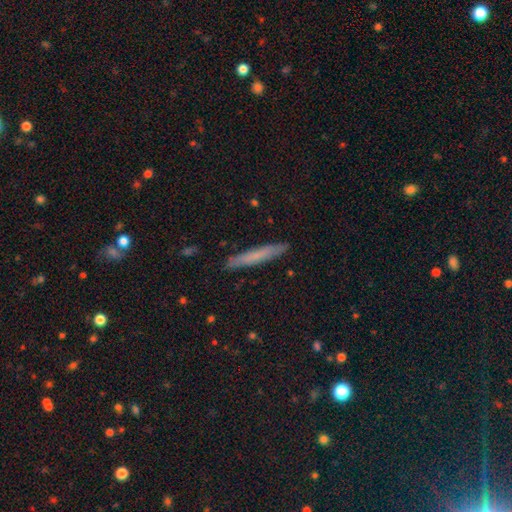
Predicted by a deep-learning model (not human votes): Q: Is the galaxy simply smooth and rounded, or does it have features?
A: smooth — 65%.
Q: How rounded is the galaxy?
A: cigar-shaped — 96%.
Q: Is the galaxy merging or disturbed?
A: none — 90%.